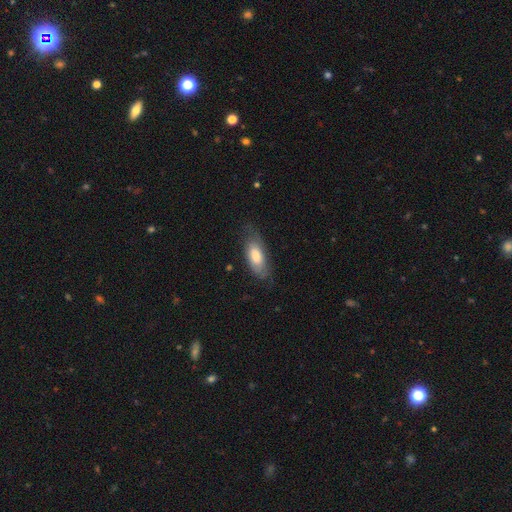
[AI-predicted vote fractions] smooth-or-featured: smooth: 64% | featured or disk: 30% | star or artifact: 6%
  how-rounded: in between: 79% | cigar-shaped: 18% | round: 2%
  merging: none: 67% | minor disturbance: 24% | major disturbance: 8% | merger: 1%